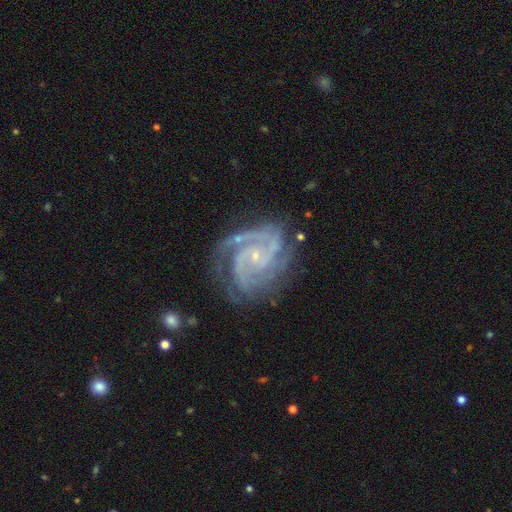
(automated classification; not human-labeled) Smooth or featured? Predicted: featured or disk (p=0.92). Edge-on disk? Predicted: no (p=0.98). Bar? Predicted: no (p=0.67). Spiral arms? Predicted: yes (p=0.99). Spiral winding? Predicted: tight (p=0.61). Spiral arm count? Predicted: 3 (p=0.38). Bulge size? Predicted: small (p=0.85). Merging? Predicted: none (p=0.71).